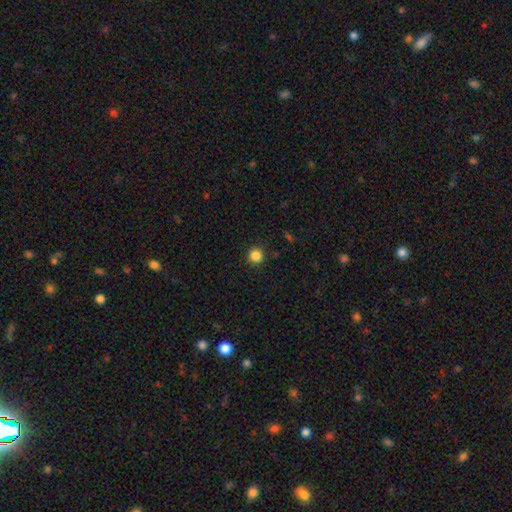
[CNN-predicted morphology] Smooth or featured?
  - smooth: 84% *
  - star or artifact: 12%
  - featured or disk: 4%
How rounded?
  - round: 95% *
  - in between: 4%
  - cigar-shaped: 1%
Merging?
  - none: 91% *
  - minor disturbance: 6%
  - major disturbance: 2%
  - merger: 1%